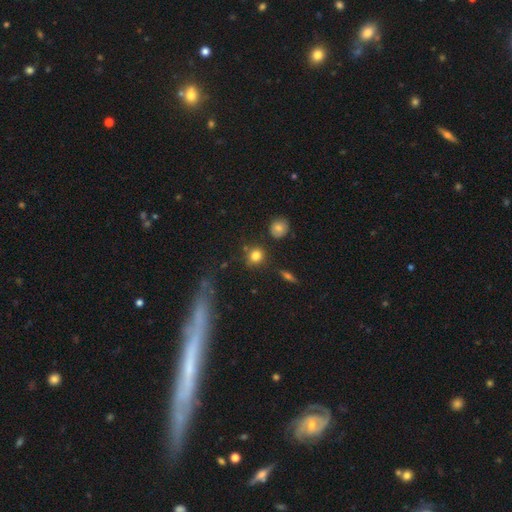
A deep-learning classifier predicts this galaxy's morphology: The model was most divided on "how rounded": round: 82%, in between: 17%, cigar-shaped: 2%. More confident: smooth or featured — smooth (82%); merging — none (80%).